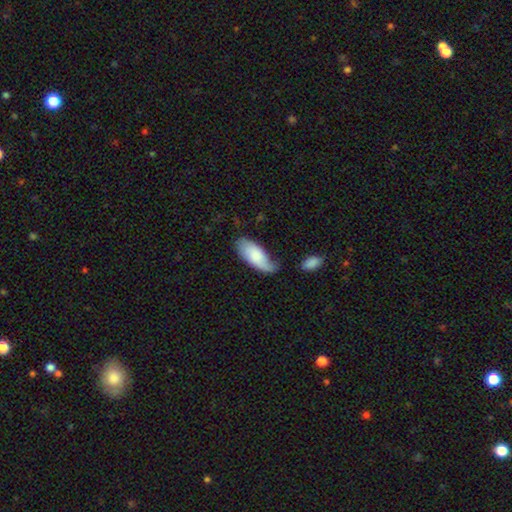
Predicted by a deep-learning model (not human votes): A smooth galaxy with no disk features (75%) that is in between round and cigar-shaped (87%). Merging: none (47%).